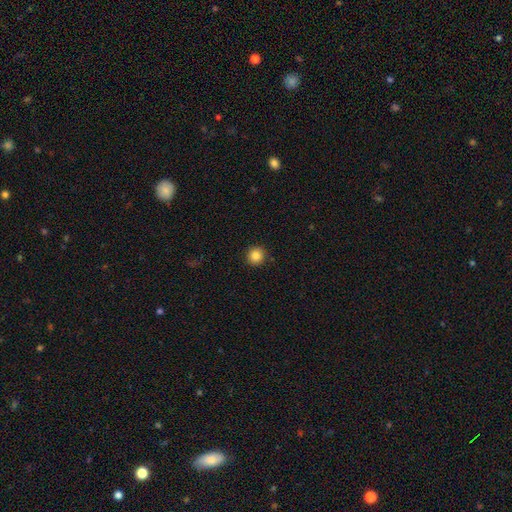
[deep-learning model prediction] Smooth or featured: smooth — 85% (star or artifact — 11%)
How rounded: round — 95% (in between — 4%)
Merging: none — 92% (minor disturbance — 5%)